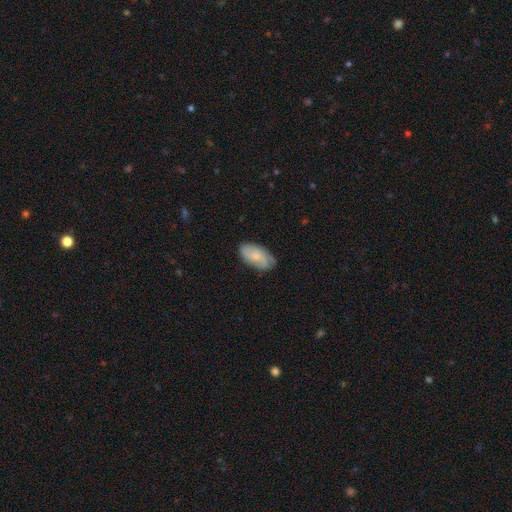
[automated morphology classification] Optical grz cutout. It shows a smooth galaxy with no disk features (57%) that is in between round and cigar-shaped (93%). Merging: none (75%).